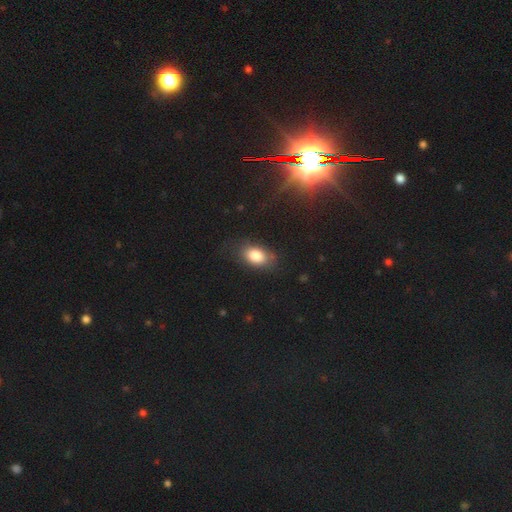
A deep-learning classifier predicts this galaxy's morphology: smooth-or-featured: smooth: 84% | featured or disk: 8% | star or artifact: 8%
  how-rounded: in between: 89% | round: 9% | cigar-shaped: 2%
  merging: none: 74% | minor disturbance: 18% | major disturbance: 6% | merger: 2%